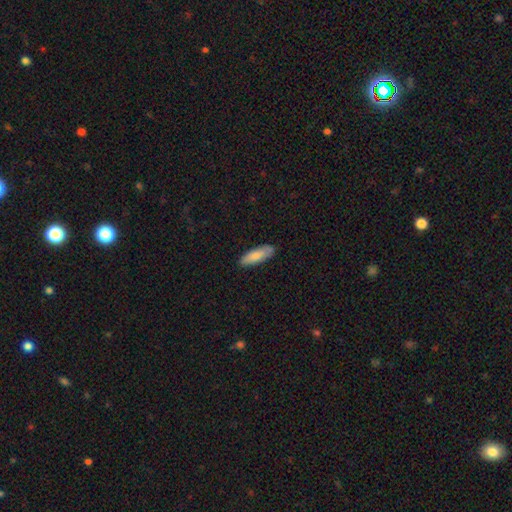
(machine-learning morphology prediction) Overall: smooth (83%). How rounded: in between (55%; cigar-shaped 43%). Merging: none (85%).